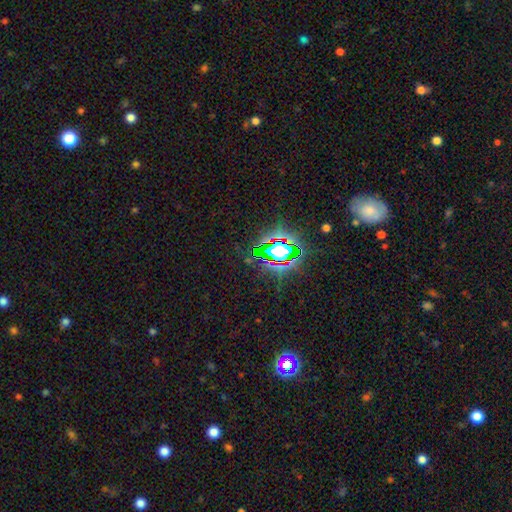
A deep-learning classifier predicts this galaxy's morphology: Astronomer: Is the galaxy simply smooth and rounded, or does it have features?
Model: star or artifact — 80%.